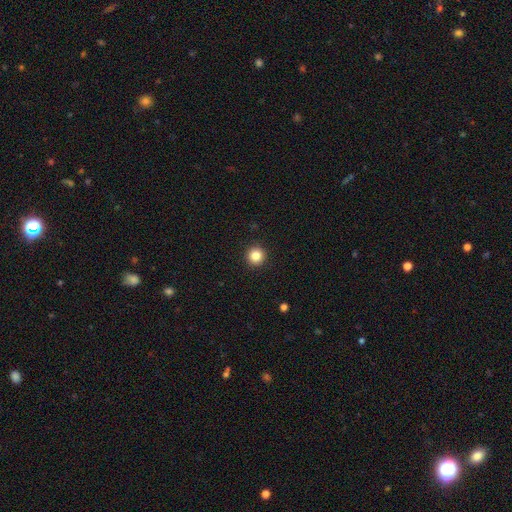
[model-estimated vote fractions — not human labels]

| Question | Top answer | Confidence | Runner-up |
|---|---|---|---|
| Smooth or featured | smooth | 84% | star or artifact (11%) |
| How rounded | round | 96% | in between (4%) |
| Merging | none | 93% | minor disturbance (4%) |